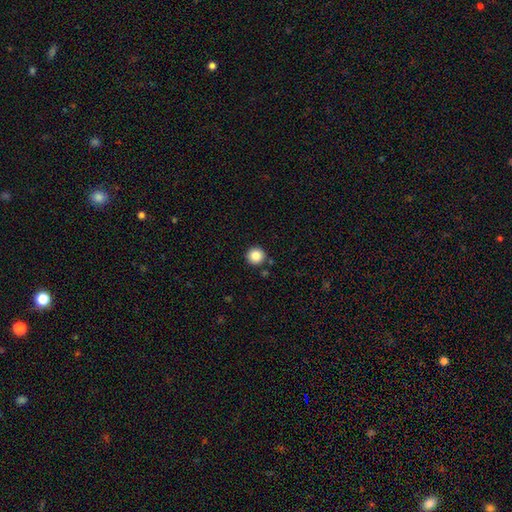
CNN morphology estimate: smooth-or-featured: smooth: 86% | star or artifact: 10% | featured or disk: 4%
  how-rounded: round: 95% | in between: 4% | cigar-shaped: 1%
  merging: none: 90% | minor disturbance: 5% | merger: 3% | major disturbance: 2%